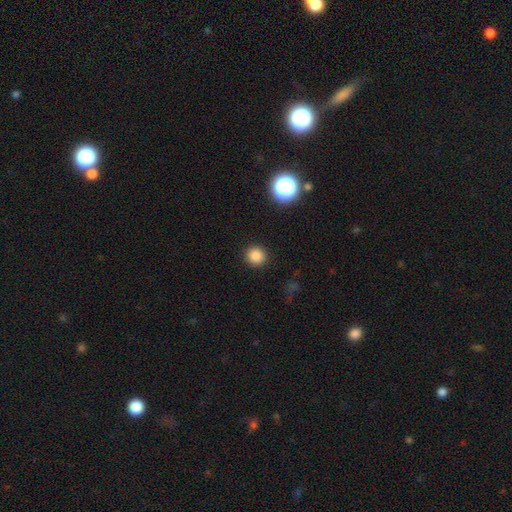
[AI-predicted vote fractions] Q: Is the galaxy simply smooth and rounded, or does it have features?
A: smooth — 84%.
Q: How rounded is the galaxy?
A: round — 93%.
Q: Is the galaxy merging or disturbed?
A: none — 92%.